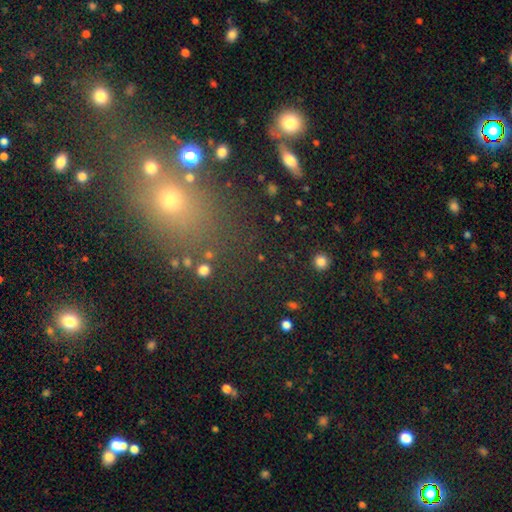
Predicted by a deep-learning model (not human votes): smooth_or_featured: star or artifact (p=0.44) [tied with: smooth p=0.44]